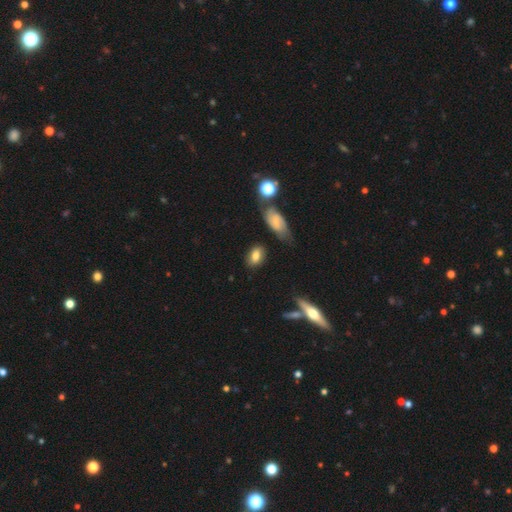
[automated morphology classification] A smooth galaxy with no disk features (75%) that is in between round and cigar-shaped (83%). Merging: none (76%).